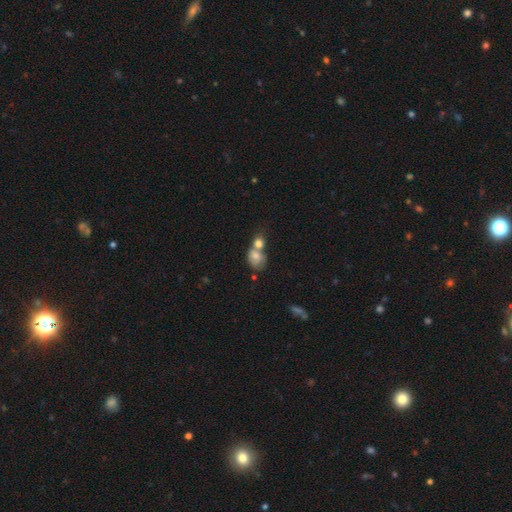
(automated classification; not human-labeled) This appears to be a smooth galaxy with no disk features (73%) that is in between round and cigar-shaped (57%). Merging: merger (60%).